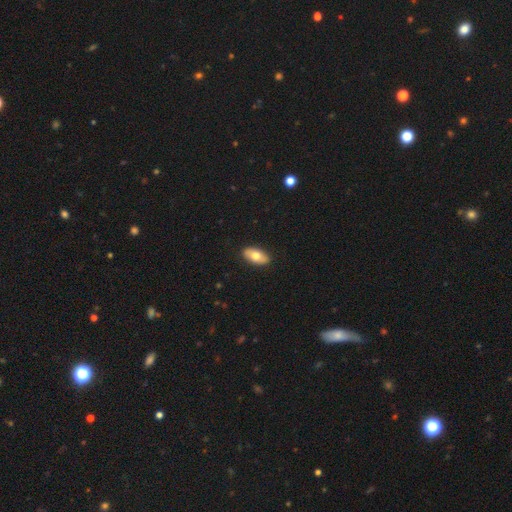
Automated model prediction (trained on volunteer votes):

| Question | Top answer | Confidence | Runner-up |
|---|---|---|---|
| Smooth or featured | smooth | 72% | featured or disk (22%) |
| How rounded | in between | 91% | cigar-shaped (5%) |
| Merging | none | 89% | minor disturbance (8%) |